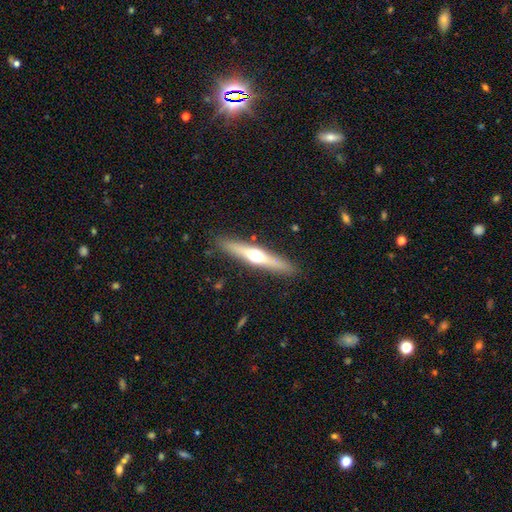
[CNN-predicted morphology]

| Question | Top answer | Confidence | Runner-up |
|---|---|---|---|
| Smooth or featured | featured or disk | 60% | smooth (34%) |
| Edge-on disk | yes | 94% | no (6%) |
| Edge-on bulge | rounded | 92% | none (5%) |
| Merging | none | 89% | minor disturbance (8%) |